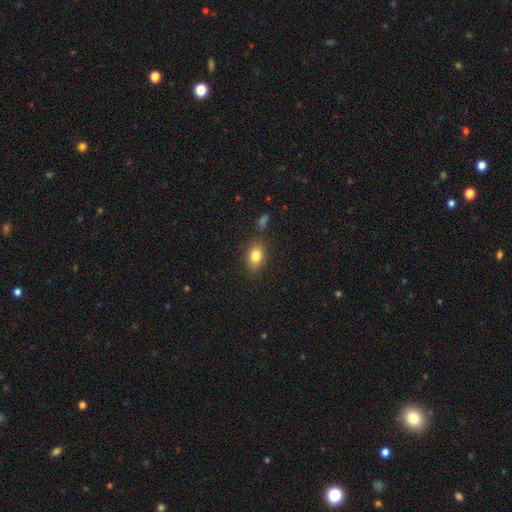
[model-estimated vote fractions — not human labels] This is clearly a smooth galaxy (82%). How rounded: likely in between (74%). Merging: clearly none (81%).